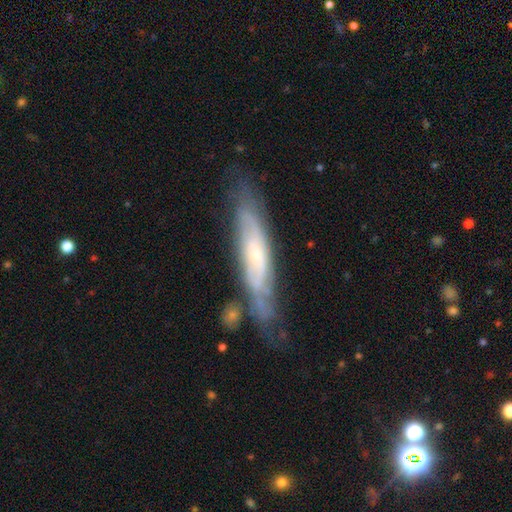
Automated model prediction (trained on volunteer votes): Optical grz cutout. It shows a featured or disk galaxy (72%). Merging: none (61%).